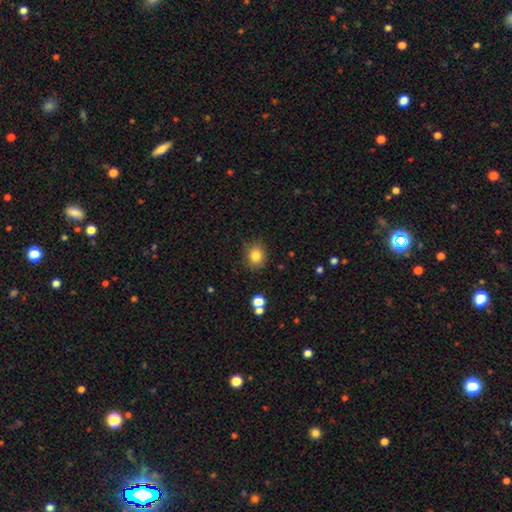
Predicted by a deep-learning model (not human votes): Smooth or featured?
  - smooth: 83% *
  - star or artifact: 10%
  - featured or disk: 7%
How rounded?
  - round: 66% *
  - in between: 33%
  - cigar-shaped: 1%
Merging?
  - none: 83% *
  - minor disturbance: 12%
  - major disturbance: 3%
  - merger: 2%